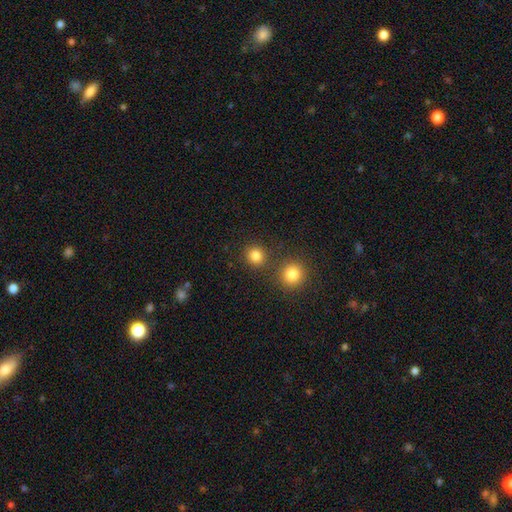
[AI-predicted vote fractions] A smooth galaxy with no disk features (83%) that is round (91%). Merging: none (80%).